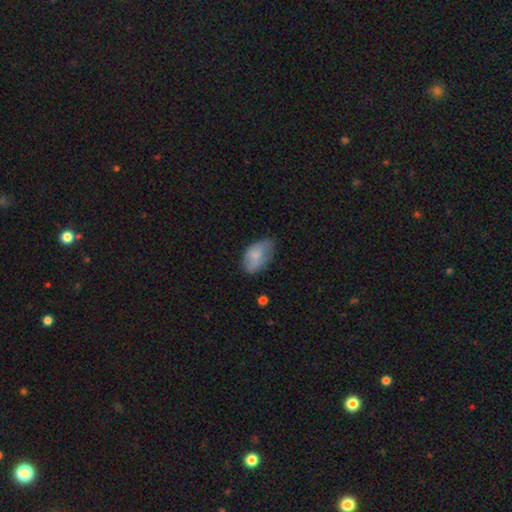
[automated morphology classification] Smooth or featured: smooth — 75% (featured or disk — 18%)
How rounded: in between — 92% (round — 6%)
Merging: none — 53% (minor disturbance — 35%)